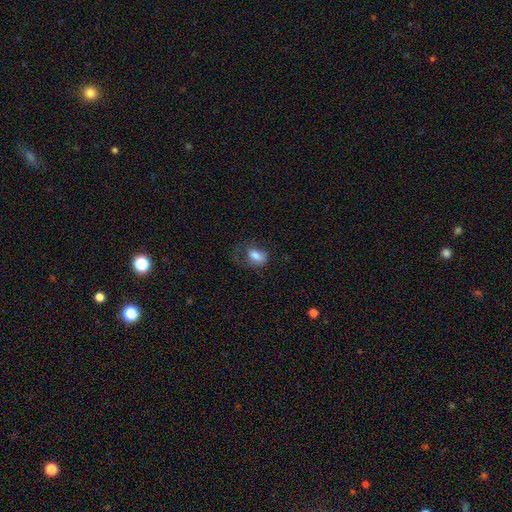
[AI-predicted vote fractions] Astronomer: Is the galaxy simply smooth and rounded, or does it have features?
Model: smooth — 76%.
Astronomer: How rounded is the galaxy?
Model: in between — 84%.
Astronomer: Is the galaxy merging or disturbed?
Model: major disturbance — 38% (runner-up: none, 35%).